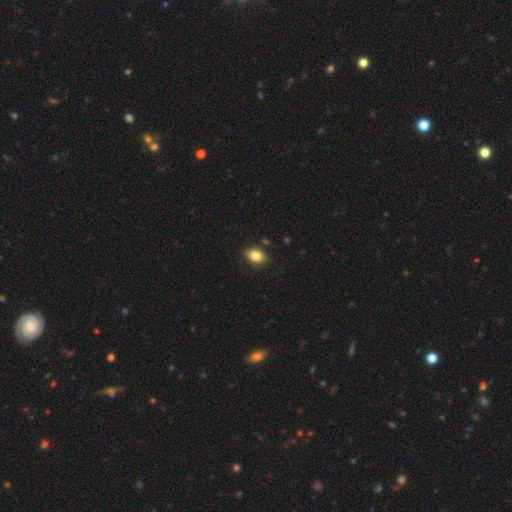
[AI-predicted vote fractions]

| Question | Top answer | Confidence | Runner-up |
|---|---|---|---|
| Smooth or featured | smooth | 84% | star or artifact (9%) |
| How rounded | in between | 81% | round (18%) |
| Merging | none | 87% | minor disturbance (10%) |